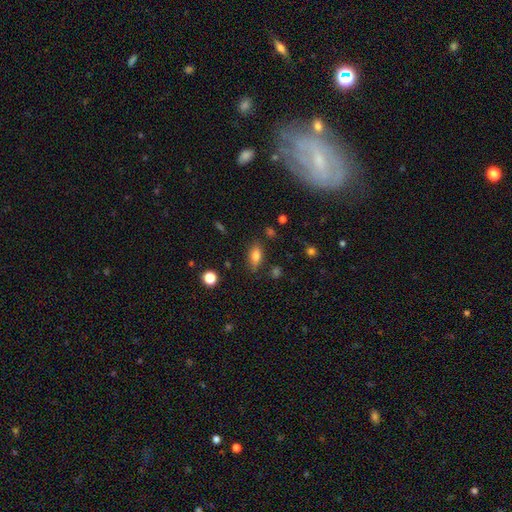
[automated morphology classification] Smooth or featured: smooth — 77% (featured or disk — 13%)
How rounded: in between — 82% (cigar-shaped — 12%)
Merging: none — 76% (minor disturbance — 17%)